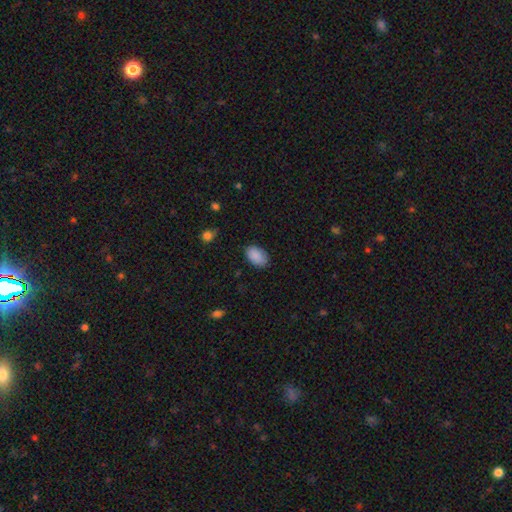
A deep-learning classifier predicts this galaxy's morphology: type=smooth (89%); roundness=in between (92%); merging=none (83%).